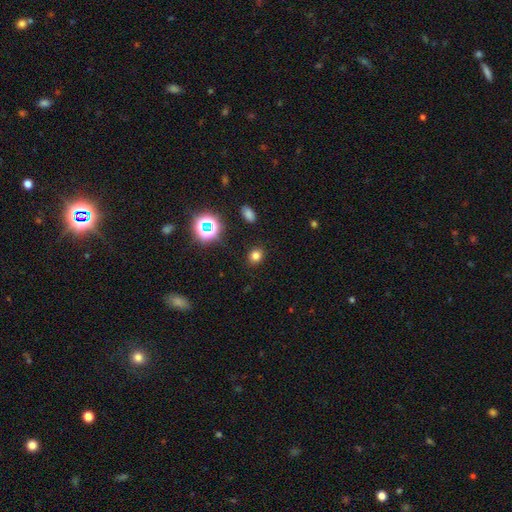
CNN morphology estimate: This appears to be a smooth galaxy with no disk features (74%) that is round (68%). Merging: none (89%).